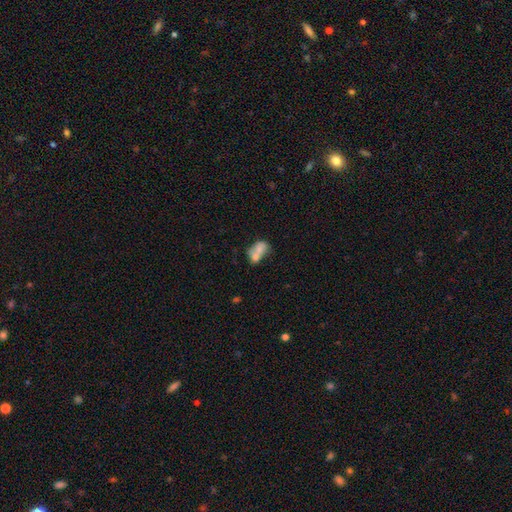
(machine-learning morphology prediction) Smooth or featured? Predicted: smooth (p=0.64). How rounded? Predicted: in between (p=0.74). Merging? Predicted: merger (p=0.66).